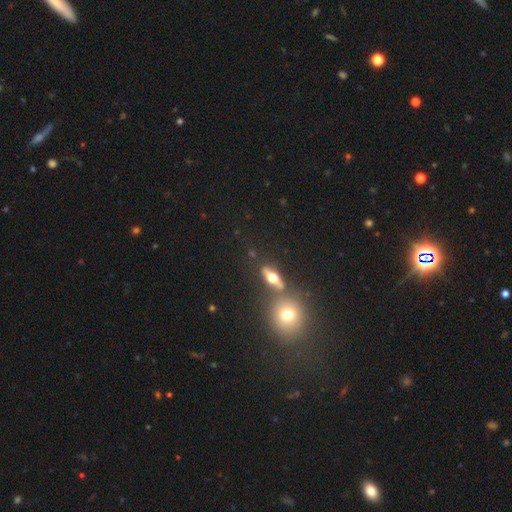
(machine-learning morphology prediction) smooth 46%, star or artifact 40%, featured or disk 14%. Down the decision tree: merging — none (49%).